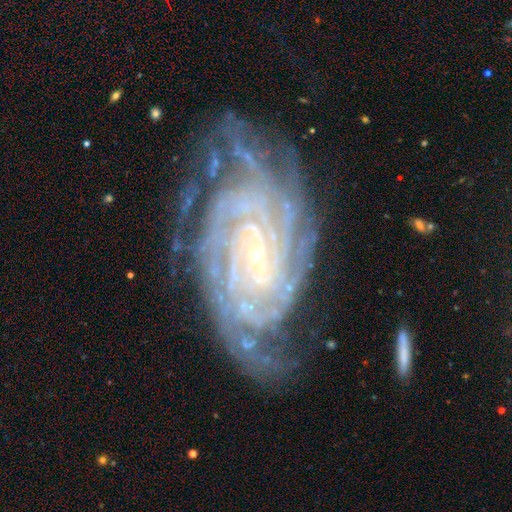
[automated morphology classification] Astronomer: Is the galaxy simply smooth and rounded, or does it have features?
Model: featured or disk — 91%.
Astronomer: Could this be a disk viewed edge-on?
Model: no — 97%.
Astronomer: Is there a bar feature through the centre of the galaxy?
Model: no — 58%.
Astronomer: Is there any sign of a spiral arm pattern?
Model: yes — 98%.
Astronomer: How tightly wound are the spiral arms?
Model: tight — 82%.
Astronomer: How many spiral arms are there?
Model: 4 — 28% (runner-up: more than 4, 25%).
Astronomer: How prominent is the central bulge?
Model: small — 87%.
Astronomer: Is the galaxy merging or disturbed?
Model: none — 68%.